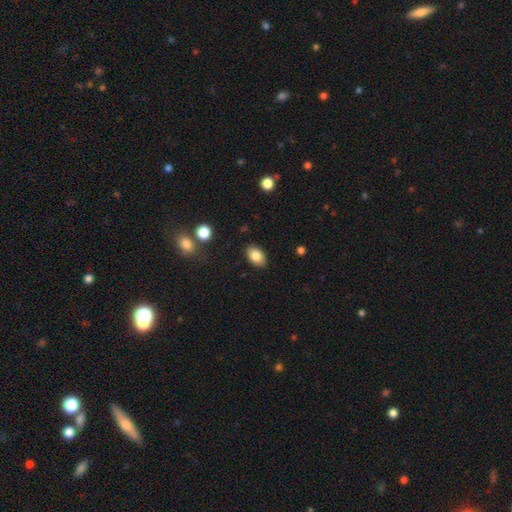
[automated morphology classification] This appears to be a smooth galaxy with no disk features (83%) that is in between round and cigar-shaped (91%). Merging: none (87%).